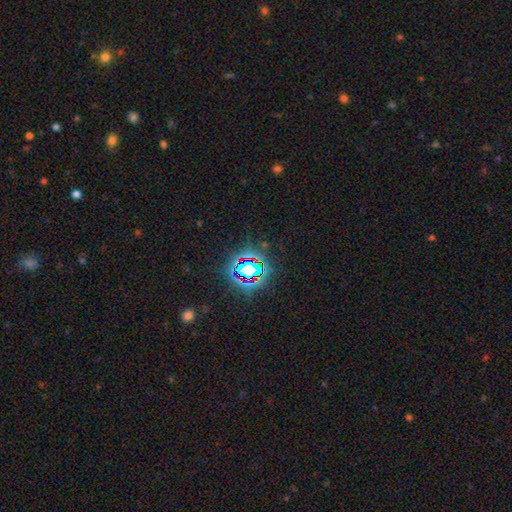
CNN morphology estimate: Smooth or featured?
  - star or artifact: 77% *
  - smooth: 15%
  - featured or disk: 9%